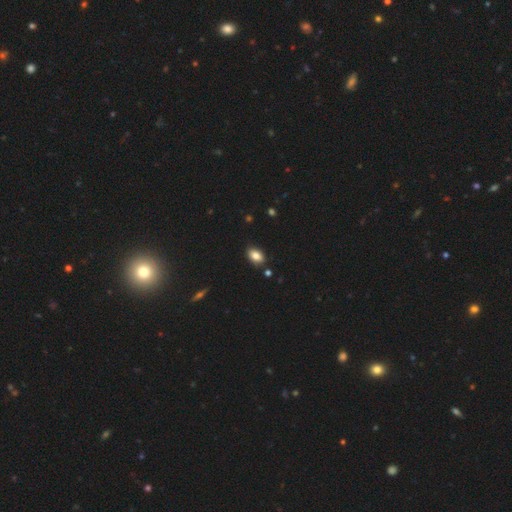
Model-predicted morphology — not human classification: smooth-or-featured: smooth: 85% | star or artifact: 9% | featured or disk: 6%
  how-rounded: in between: 87% | round: 11% | cigar-shaped: 2%
  merging: none: 86% | minor disturbance: 10% | merger: 2% | major disturbance: 2%